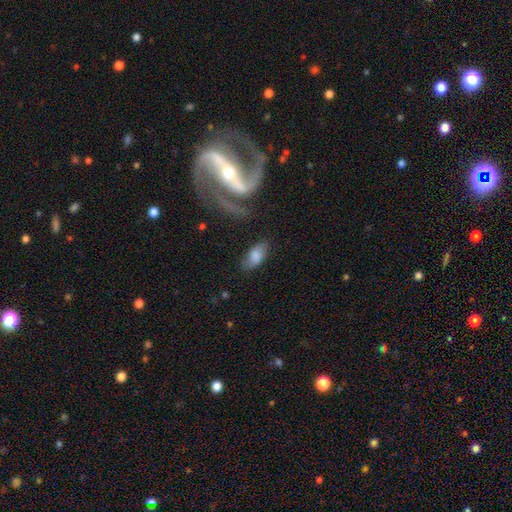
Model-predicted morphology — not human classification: This appears to be a smooth galaxy with no disk features (75%) that is in between round and cigar-shaped (91%). Merging: none (71%).